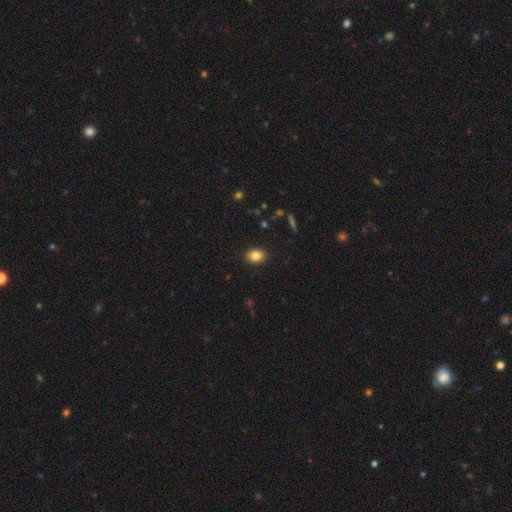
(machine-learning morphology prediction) type=smooth (84%); roundness=in between (73%); merging=none (89%).